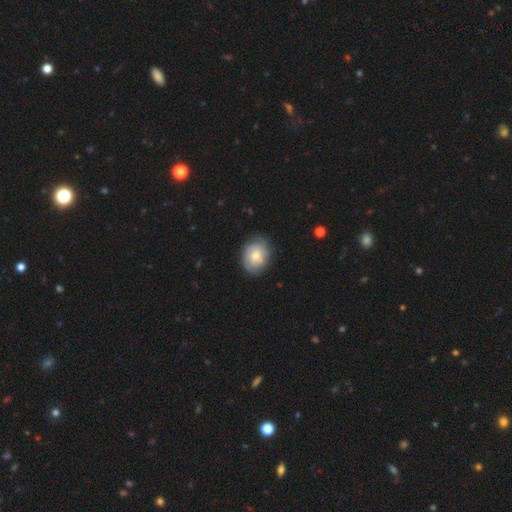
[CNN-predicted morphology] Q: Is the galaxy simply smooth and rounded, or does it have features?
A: smooth — 63%.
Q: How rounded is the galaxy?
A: in between — 53%.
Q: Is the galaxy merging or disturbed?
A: none — 76%.